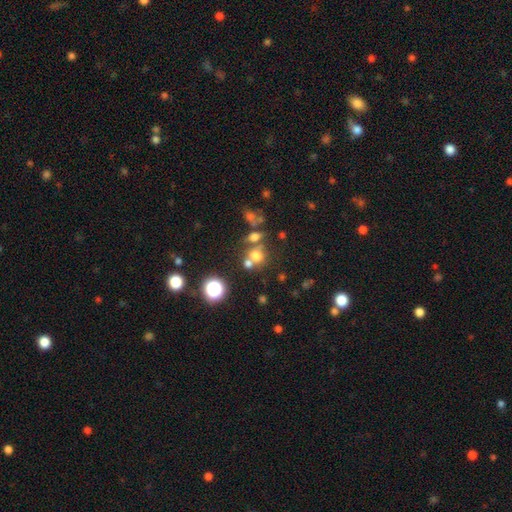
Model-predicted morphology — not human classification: Overall: smooth (66%). How rounded: round (78%). Merging: none (49%; merger 36%).